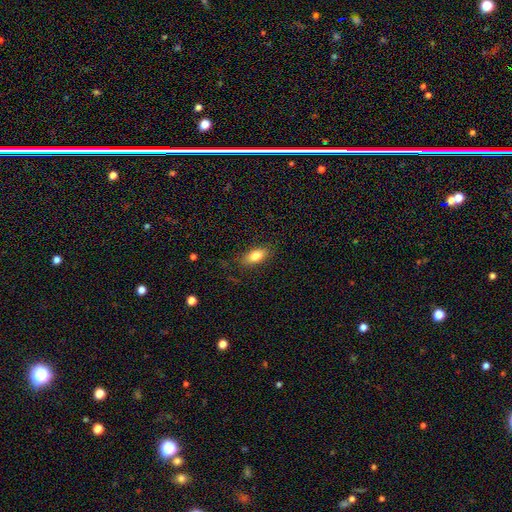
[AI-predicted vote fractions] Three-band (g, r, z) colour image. It shows a smooth galaxy with no disk features (81%) that is in between round and cigar-shaped (86%). Merging: none (82%).